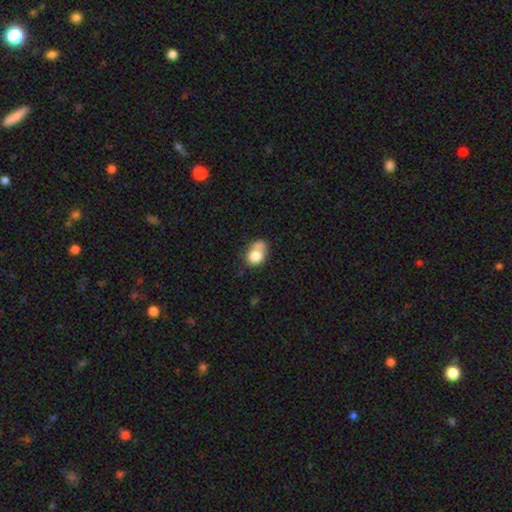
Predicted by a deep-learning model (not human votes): smooth 76%, featured or disk 15%, star or artifact 9%. Down the decision tree: how rounded — in between (62%); merging — merger (34%).